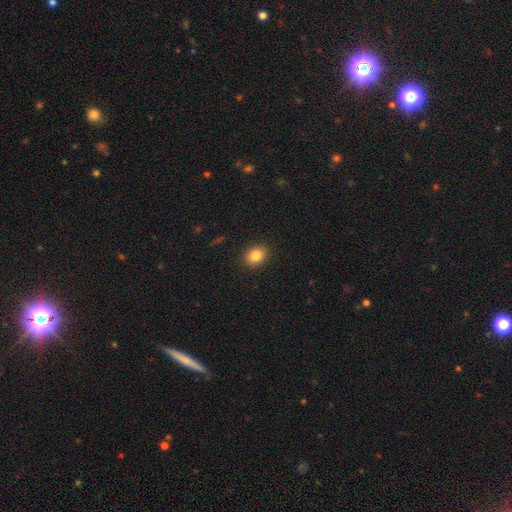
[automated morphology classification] Smooth or featured? Predicted: smooth (p=0.84). How rounded? Predicted: in between (p=0.50). Merging? Predicted: none (p=0.90).